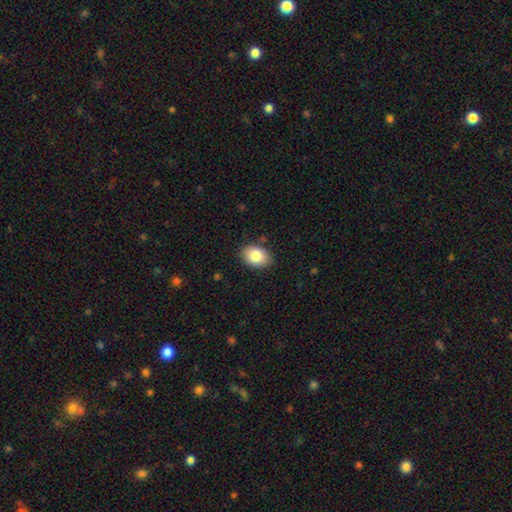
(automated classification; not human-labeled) Overall: smooth (84%). How rounded: in between (75%). Merging: none (86%).